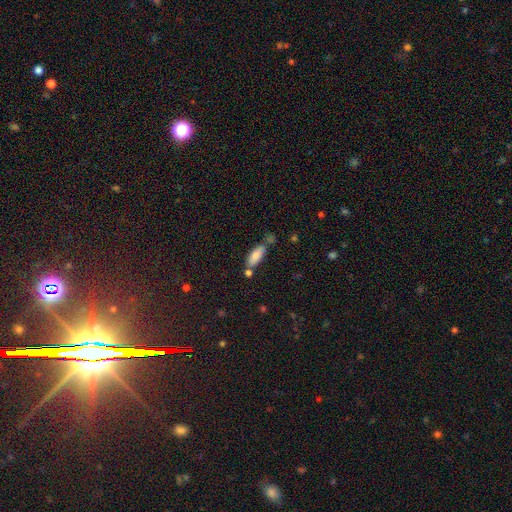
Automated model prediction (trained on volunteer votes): A smooth galaxy with no disk features (82%) that is in between round and cigar-shaped (69%).

Vote fractions:
- Smooth or featured? smooth: 82% / featured or disk: 11% / star or artifact: 7%
- How rounded? in between: 69% / cigar-shaped: 29% / round: 2%
- Merging? none: 62% / merger: 17% / minor disturbance: 16% / major disturbance: 4%